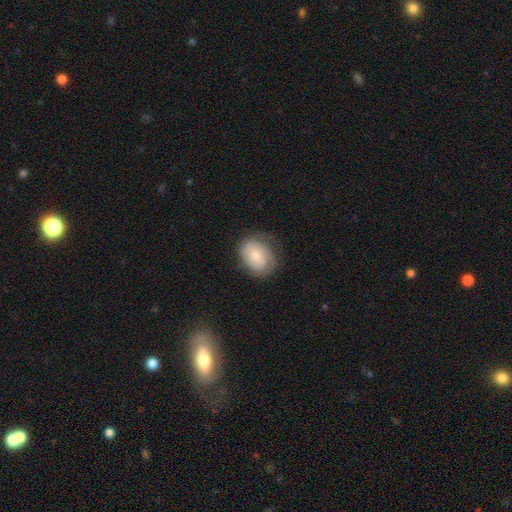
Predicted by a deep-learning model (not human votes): A smooth galaxy with no disk features (62%) that is in between round and cigar-shaped (63%).

Vote fractions:
- Smooth or featured? smooth: 62% / featured or disk: 30% / star or artifact: 7%
- How rounded? in between: 63% / round: 36% / cigar-shaped: 1%
- Merging? none: 67% / minor disturbance: 23% / major disturbance: 8% / merger: 1%